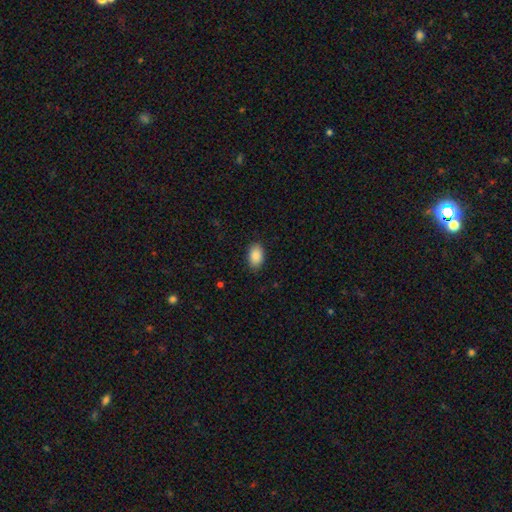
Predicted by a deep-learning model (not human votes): A smooth galaxy with no disk features (89%) that is in between round and cigar-shaped (92%). Merging: none (87%).